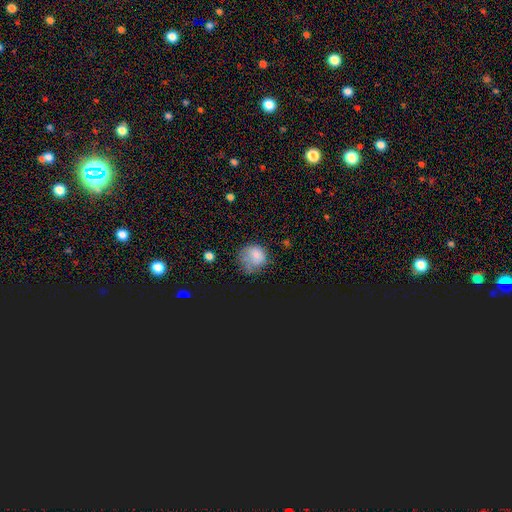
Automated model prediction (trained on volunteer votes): Morphology: type=smooth (73%); roundness=round (75%); merging=none (45%).